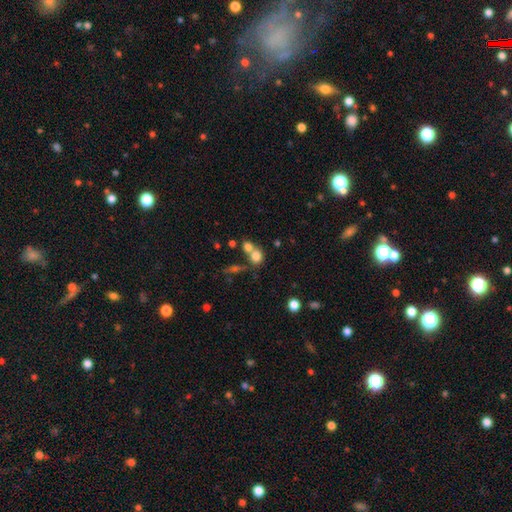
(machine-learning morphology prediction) A smooth galaxy with no disk features (76%) that is round (72%).

Vote fractions:
- Smooth or featured? smooth: 76% / star or artifact: 12% / featured or disk: 12%
- How rounded? round: 72% / in between: 26% / cigar-shaped: 2%
- Merging? merger: 48% / none: 39% / minor disturbance: 8% / major disturbance: 5%